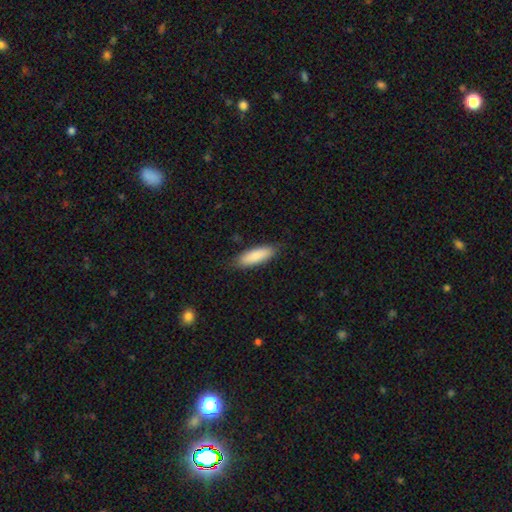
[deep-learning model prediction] smooth-or-featured: smooth: 87% | featured or disk: 8% | star or artifact: 5%
  how-rounded: in between: 54% | cigar-shaped: 44% | round: 2%
  merging: none: 85% | minor disturbance: 12% | major disturbance: 2% | merger: 1%